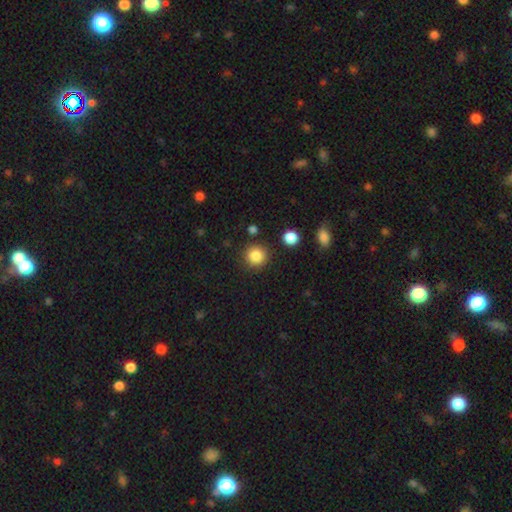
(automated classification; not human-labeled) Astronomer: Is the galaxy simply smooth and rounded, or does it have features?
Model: smooth — 85%.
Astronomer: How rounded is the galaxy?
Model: round — 93%.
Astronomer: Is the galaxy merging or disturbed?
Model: none — 88%.